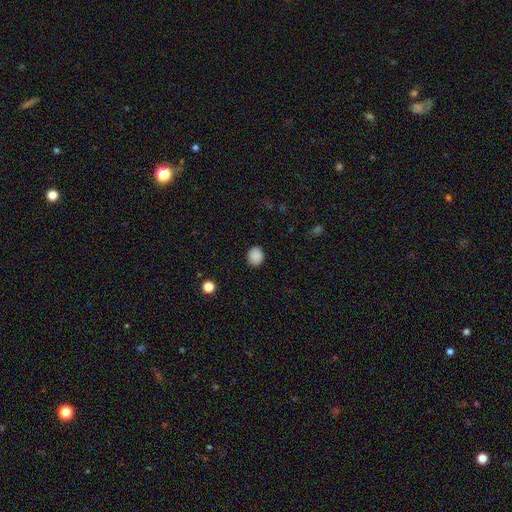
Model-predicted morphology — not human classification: smooth 88%, star or artifact 9%, featured or disk 3%. Down the decision tree: how rounded — round (69%); merging — none (89%).